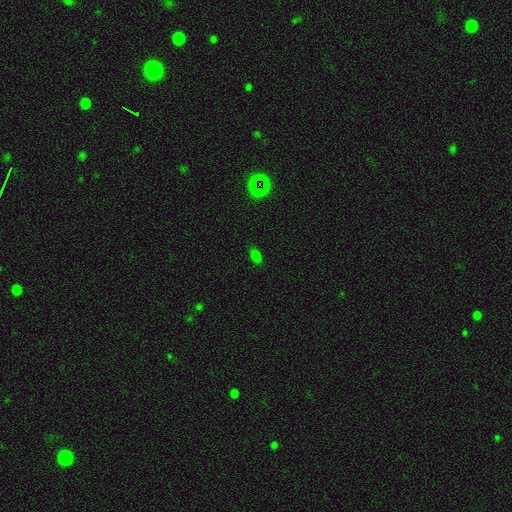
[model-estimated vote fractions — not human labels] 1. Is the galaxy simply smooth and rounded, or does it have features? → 69% smooth, 25% star or artifact, 7% featured or disk.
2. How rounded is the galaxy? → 85% in between, 11% round, 4% cigar-shaped.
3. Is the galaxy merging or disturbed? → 84% none, 11% minor disturbance, 3% major disturbance, 2% merger.